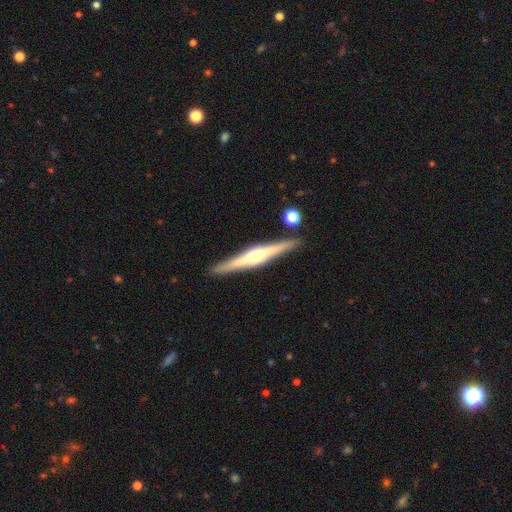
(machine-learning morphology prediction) smooth-or-featured: featured or disk: 79% | smooth: 15% | star or artifact: 6%
  disk-edge-on: yes: 98% | no: 2%
    edge-on-bulge: rounded: 75% | boxy: 17% | none: 7%
  merging: none: 89% | minor disturbance: 7% | merger: 2% | major disturbance: 2%